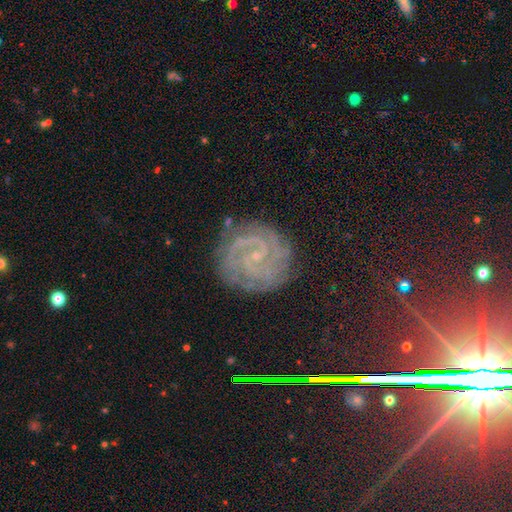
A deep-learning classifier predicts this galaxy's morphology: smooth_or_featured: featured or disk (p=0.83) [alt: star or artifact p=0.11]
disk_edge_on: no (p=0.98) [alt: yes p=0.02]
bar: no (p=0.50) [alt: weak p=0.37]
has_spiral_arms: yes (p=0.98) [alt: no p=0.02]
spiral_winding: tight (p=0.74) [alt: medium p=0.22]
spiral_arm_count: 2 (p=0.37) [alt: 3 p=0.20]
bulge_size: small (p=0.85) [alt: moderate p=0.07]
merging: none (p=0.82) [alt: minor disturbance p=0.13]